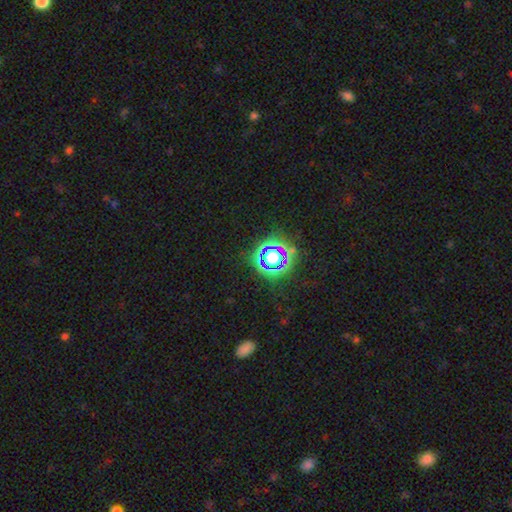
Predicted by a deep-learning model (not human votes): Smooth or featured: star or artifact — 77% (smooth — 15%)